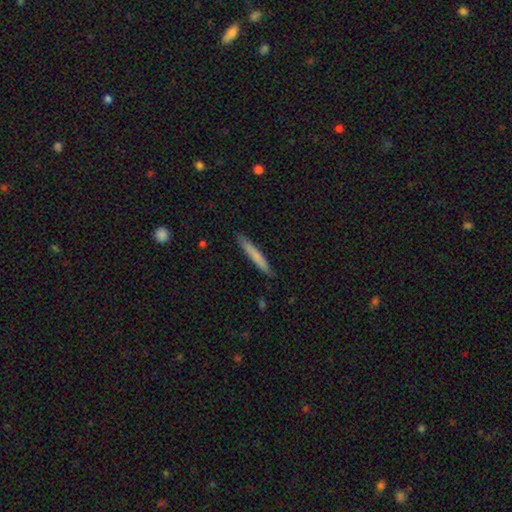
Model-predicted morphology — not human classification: Smooth or featured: smooth — 74% (featured or disk — 21%)
How rounded: cigar-shaped — 95% (in between — 3%)
Merging: none — 89% (minor disturbance — 9%)